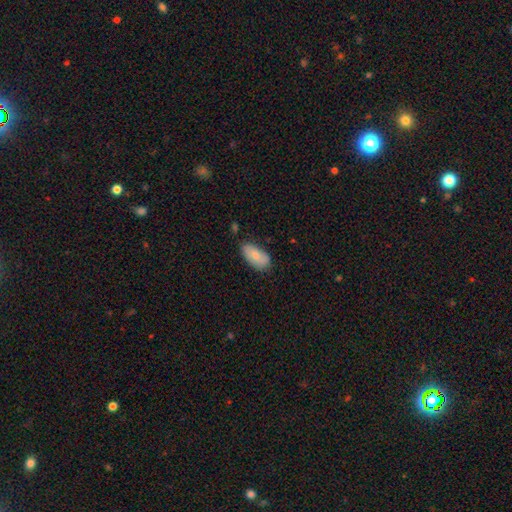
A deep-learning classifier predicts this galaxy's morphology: smooth-or-featured: smooth: 76% | featured or disk: 18% | star or artifact: 6%
  how-rounded: in between: 93% | cigar-shaped: 4% | round: 3%
  merging: none: 72% | minor disturbance: 22% | major disturbance: 4% | merger: 2%